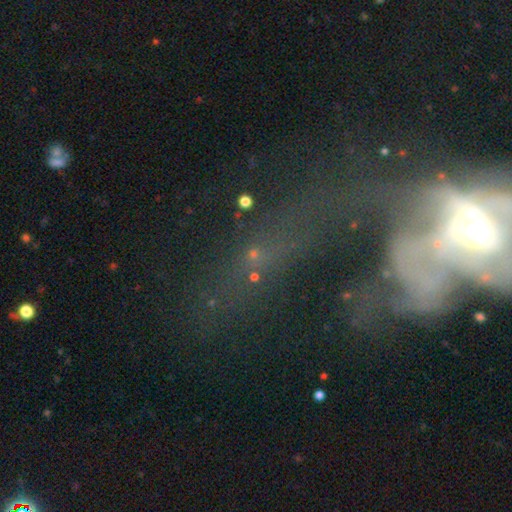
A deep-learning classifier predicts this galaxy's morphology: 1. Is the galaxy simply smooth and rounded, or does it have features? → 40% star or artifact, 34% featured or disk, 26% smooth.